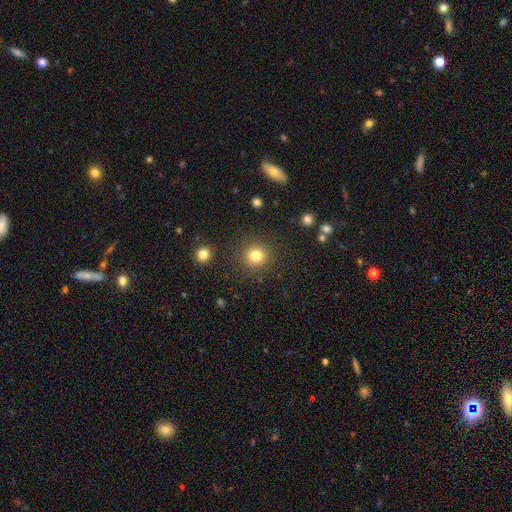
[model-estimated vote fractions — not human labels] Overall: smooth (81%). How rounded: round (94%). Merging: none (89%).